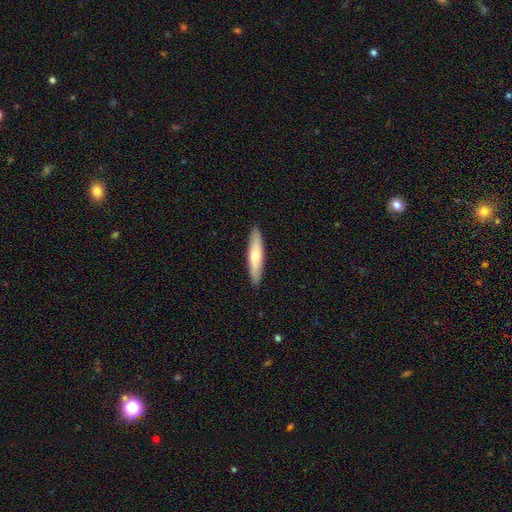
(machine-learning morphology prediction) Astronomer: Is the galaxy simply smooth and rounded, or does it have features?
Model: smooth — 60%.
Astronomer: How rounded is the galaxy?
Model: cigar-shaped — 77%.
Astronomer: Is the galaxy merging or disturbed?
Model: none — 91%.